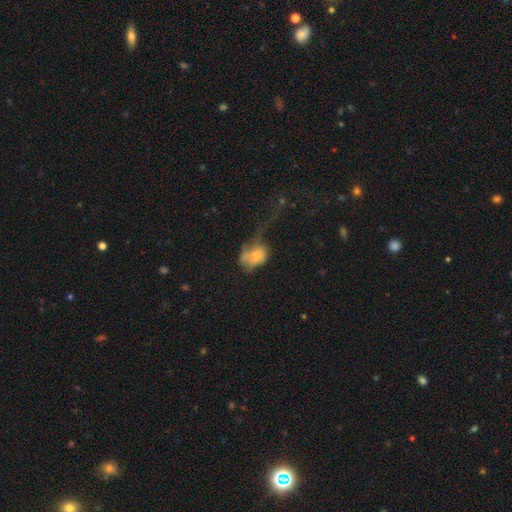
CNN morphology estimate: Q: Smooth or featured?
A: smooth (66%); runner-up: featured or disk (25%)
Q: How rounded?
A: in between (64%); runner-up: round (35%)
Q: Merging?
A: major disturbance (53%); runner-up: minor disturbance (18%)